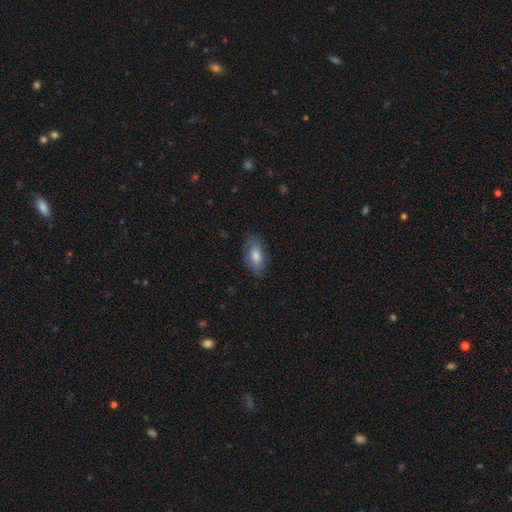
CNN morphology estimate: type=smooth (77%); roundness=in between (88%); merging=none (83%).